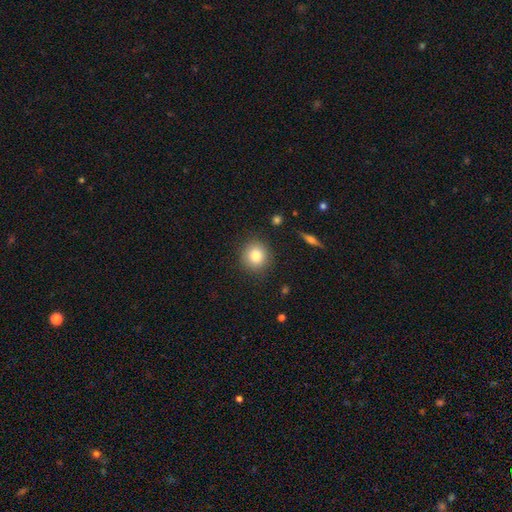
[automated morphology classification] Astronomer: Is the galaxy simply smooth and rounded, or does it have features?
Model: smooth — 82%.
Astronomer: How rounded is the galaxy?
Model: round — 88%.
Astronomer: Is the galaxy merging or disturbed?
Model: none — 87%.